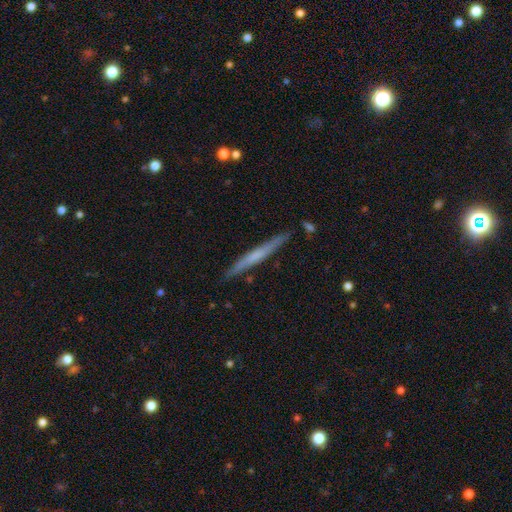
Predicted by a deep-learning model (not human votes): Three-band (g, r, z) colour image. It shows a featured or disk galaxy (52%) viewed edge-on (96%). Merging: none (88%).